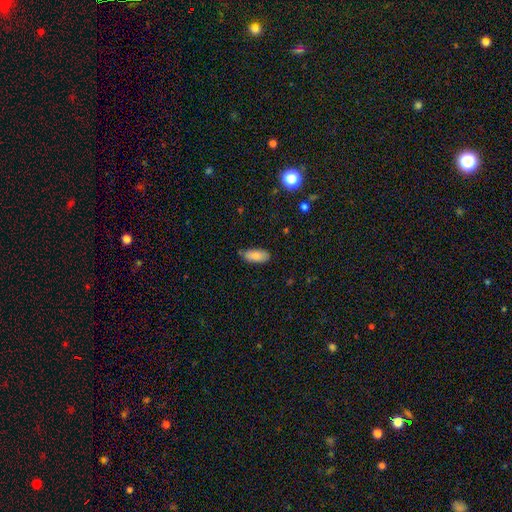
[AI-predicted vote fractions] This appears to be a smooth galaxy with no disk features (83%) that is in between round and cigar-shaped (88%). Merging: none (74%).